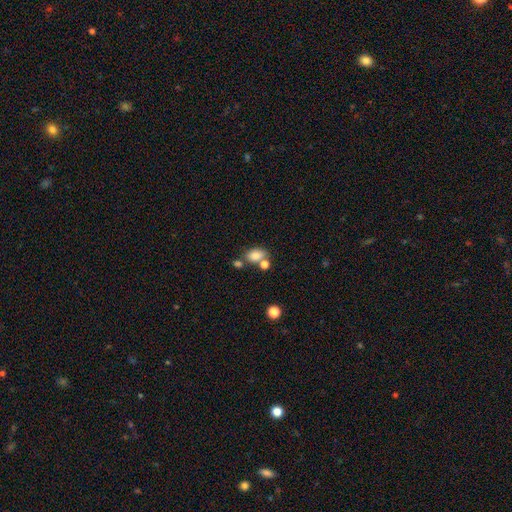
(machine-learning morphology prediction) The model was most divided on "merging": none: 51%, merger: 29%, minor disturbance: 14%, major disturbance: 6%. More confident: smooth or featured — smooth (81%); how rounded — in between (81%).